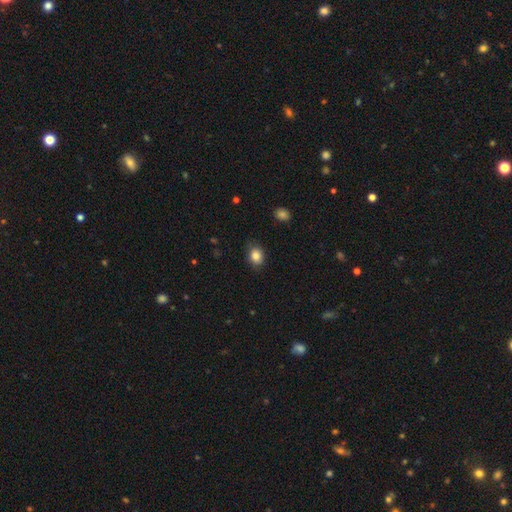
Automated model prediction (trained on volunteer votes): The model was most divided on "how rounded": in between: 56%, round: 43%, cigar-shaped: 1%. More confident: smooth or featured — smooth (85%); merging — none (80%).